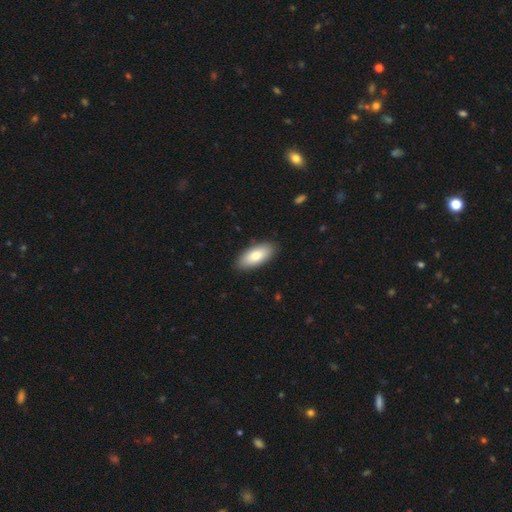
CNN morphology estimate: This appears to be a smooth galaxy with no disk features (81%) that is in between round and cigar-shaped (88%). Merging: none (89%).